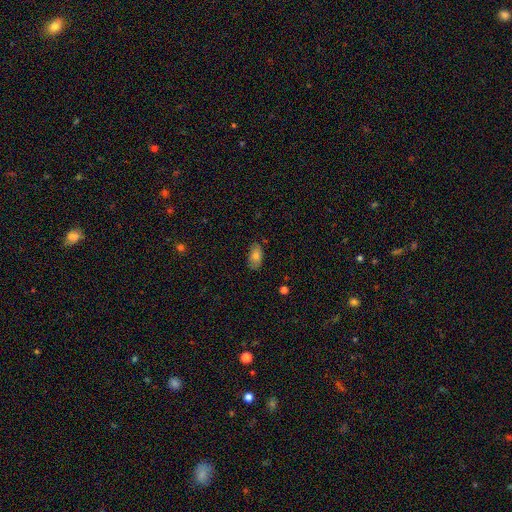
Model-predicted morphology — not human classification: This appears to be a smooth galaxy with no disk features (74%) that is in between round and cigar-shaped (92%). Merging: none (79%).